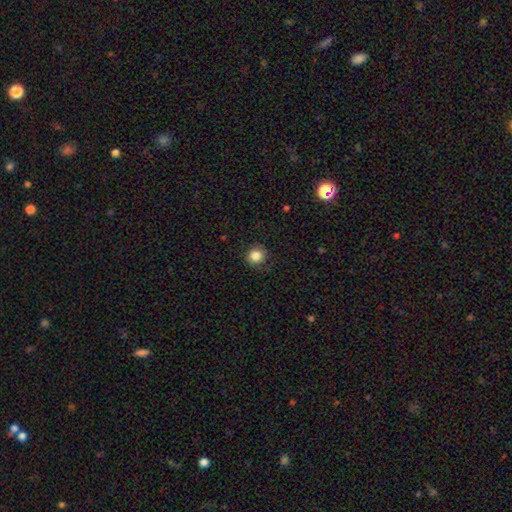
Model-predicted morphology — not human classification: Overall: smooth (85%). How rounded: round (92%). Merging: none (84%).